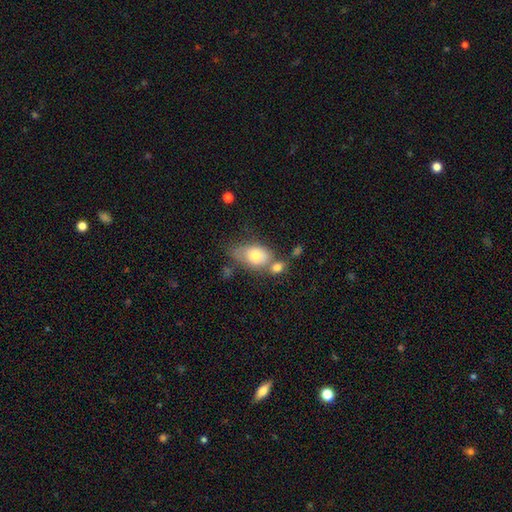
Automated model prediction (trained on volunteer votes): Smooth or featured?
  - smooth: 69% *
  - featured or disk: 22%
  - star or artifact: 8%
How rounded?
  - in between: 77% *
  - round: 20%
  - cigar-shaped: 2%
Merging?
  - none: 35% * (tied)
  - merger: 35% * (tied)
  - minor disturbance: 20%
  - major disturbance: 10%